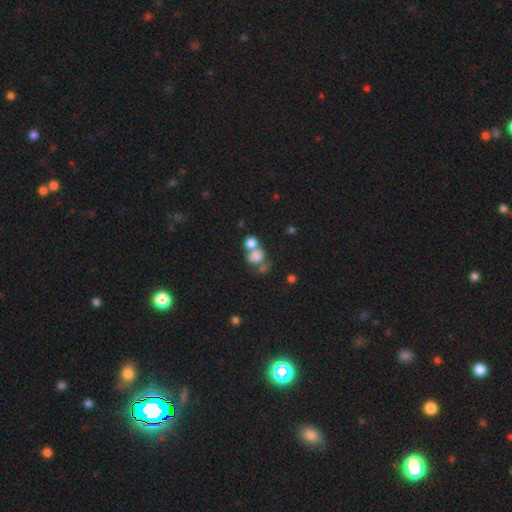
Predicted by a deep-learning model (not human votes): Smooth or featured: smooth — 75% (featured or disk — 13%)
How rounded: round — 66% (in between — 33%)
Merging: merger — 51% (none — 30%)